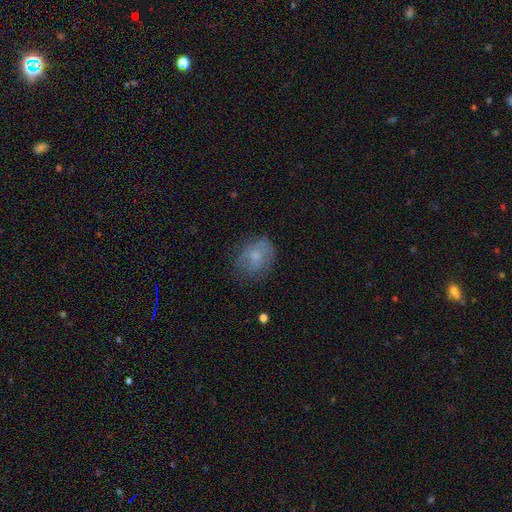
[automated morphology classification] Smooth or featured? Predicted: smooth (p=0.67). How rounded? Predicted: round (p=0.51). Merging? Predicted: none (p=0.64).